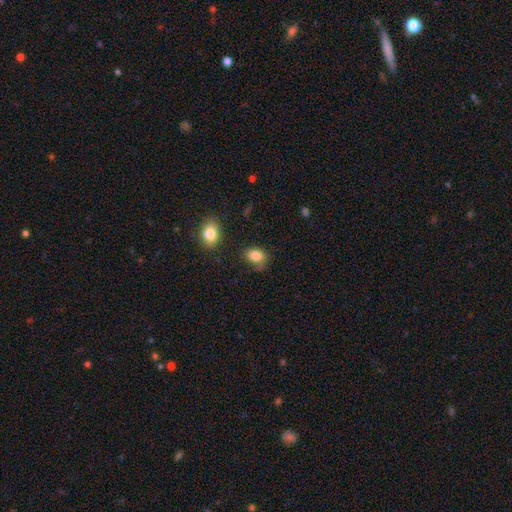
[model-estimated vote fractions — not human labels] Smooth or featured? smooth (84%)
How rounded? in between (69%)
Merging? none (62%)